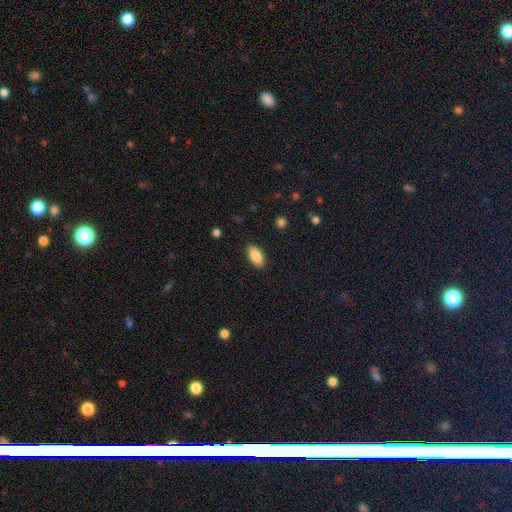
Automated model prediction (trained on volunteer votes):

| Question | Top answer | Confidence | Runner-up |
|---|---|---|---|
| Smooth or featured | smooth | 87% | star or artifact (7%) |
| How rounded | in between | 90% | cigar-shaped (8%) |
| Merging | none | 88% | minor disturbance (8%) |